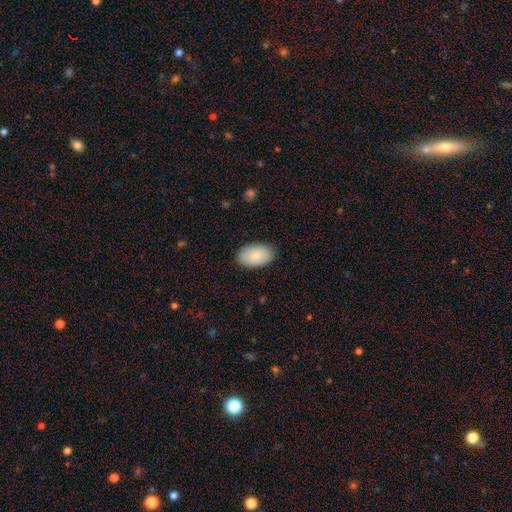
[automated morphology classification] smooth-or-featured: smooth: 85% | featured or disk: 9% | star or artifact: 6%
  how-rounded: in between: 94% | round: 5% | cigar-shaped: 1%
  merging: none: 87% | minor disturbance: 10% | major disturbance: 2% | merger: 1%